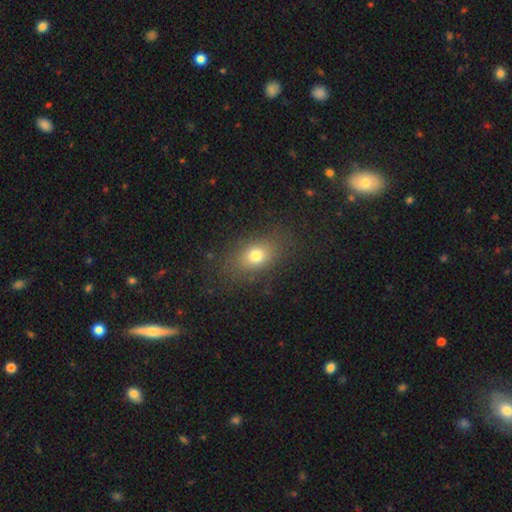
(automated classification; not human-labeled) Smooth or featured?
  - smooth: 76% *
  - star or artifact: 12%
  - featured or disk: 12%
How rounded?
  - in between: 74% *
  - round: 23%
  - cigar-shaped: 3%
Merging?
  - none: 81% *
  - minor disturbance: 12%
  - major disturbance: 5%
  - merger: 1%